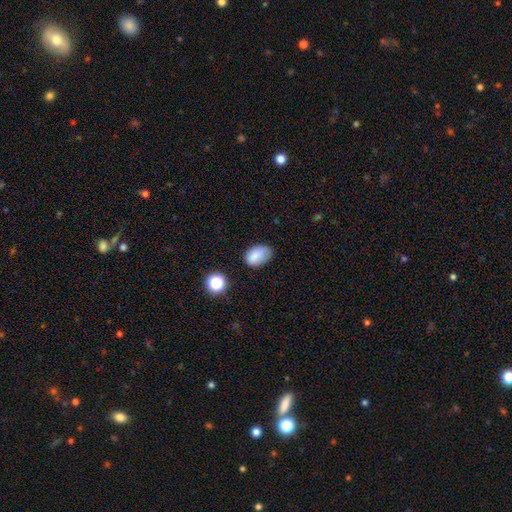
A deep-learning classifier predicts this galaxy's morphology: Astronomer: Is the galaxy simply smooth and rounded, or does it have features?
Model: smooth — 82%.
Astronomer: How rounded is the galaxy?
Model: in between — 85%.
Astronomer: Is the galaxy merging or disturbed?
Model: none — 64%.